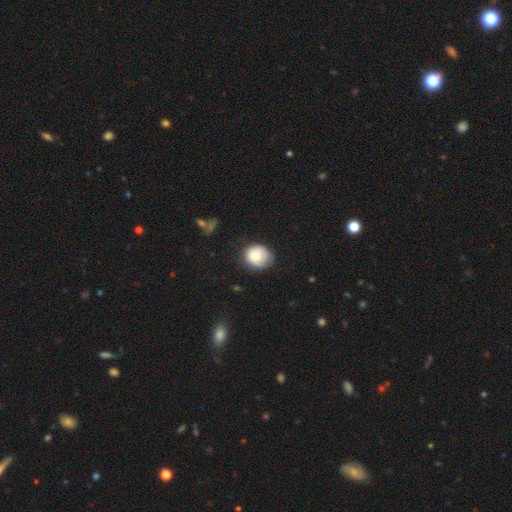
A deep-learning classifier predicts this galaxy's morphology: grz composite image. It shows a smooth galaxy with no disk features (76%) that is round (73%). Merging: none (66%).